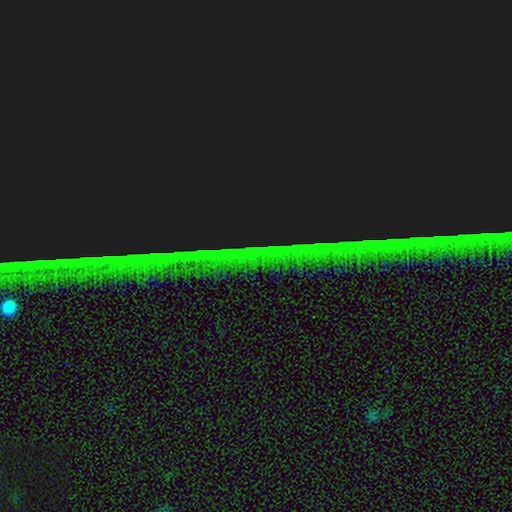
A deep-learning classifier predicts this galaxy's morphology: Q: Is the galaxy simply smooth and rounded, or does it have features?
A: star or artifact — 88%.